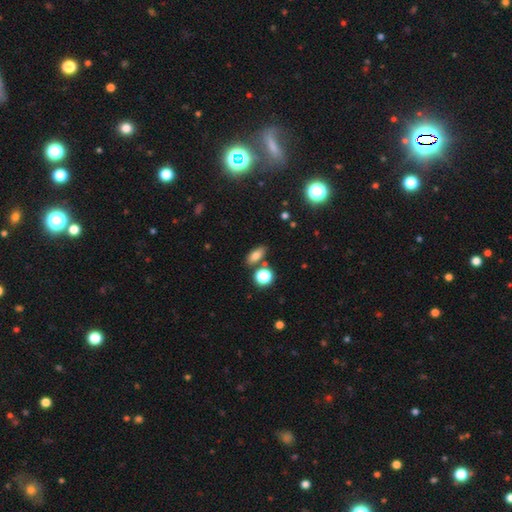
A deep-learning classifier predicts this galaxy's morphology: type=smooth (75%); roundness=in between (75%); merging=none (76%).